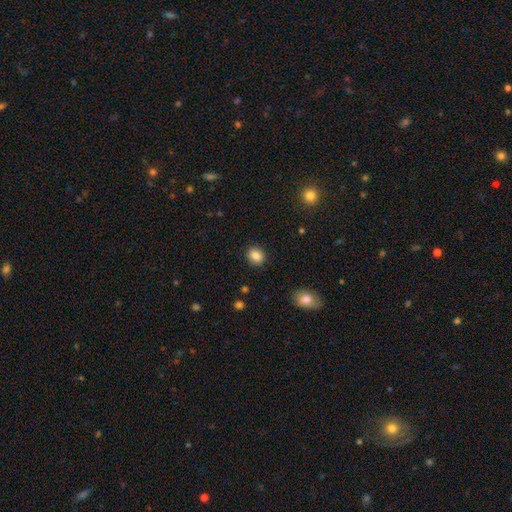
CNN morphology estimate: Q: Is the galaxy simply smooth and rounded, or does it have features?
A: smooth — 86%.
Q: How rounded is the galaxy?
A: round — 67%.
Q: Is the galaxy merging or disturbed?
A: none — 89%.